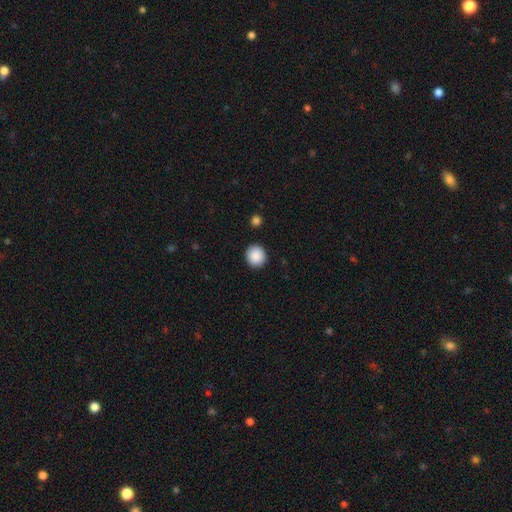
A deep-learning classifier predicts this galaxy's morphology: Smooth or featured?
  - smooth: 90% *
  - star or artifact: 8%
  - featured or disk: 3%
How rounded?
  - round: 87% *
  - in between: 12%
  - cigar-shaped: 1%
Merging?
  - none: 91% *
  - minor disturbance: 6%
  - major disturbance: 2%
  - merger: 1%